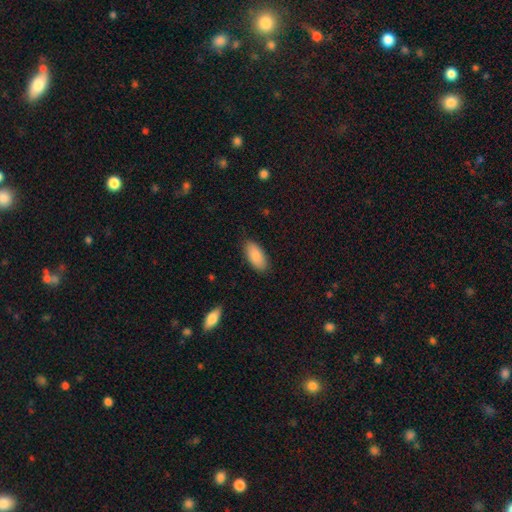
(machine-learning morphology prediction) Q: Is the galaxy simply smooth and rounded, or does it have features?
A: smooth — 87%.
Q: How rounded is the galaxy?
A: in between — 91%.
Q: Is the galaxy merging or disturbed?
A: none — 87%.